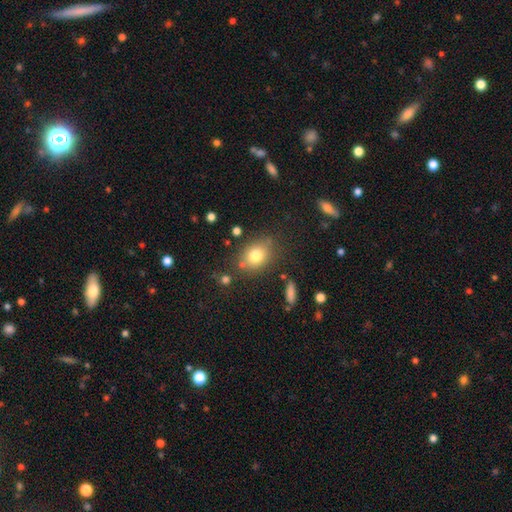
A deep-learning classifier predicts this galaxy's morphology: This is likely a smooth galaxy (77%). How rounded: possibly in between (55%). Merging: likely none (73%).